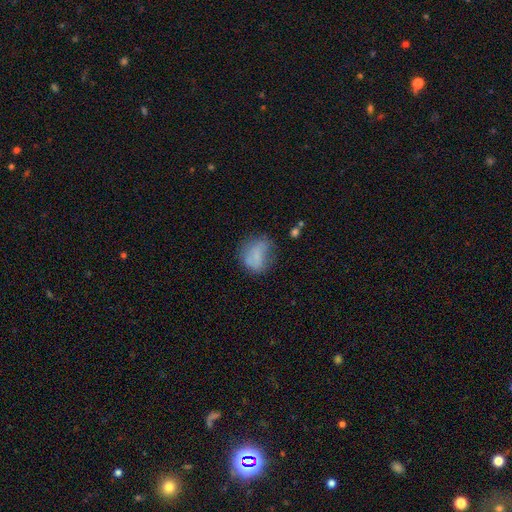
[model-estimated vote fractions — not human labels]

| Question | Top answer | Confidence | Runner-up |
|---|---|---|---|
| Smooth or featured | smooth | 70% | featured or disk (19%) |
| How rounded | in between | 50% | round (48%) |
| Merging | none | 50% | minor disturbance (29%) |